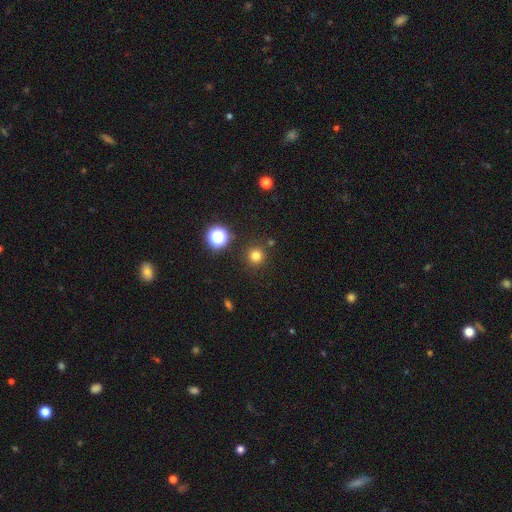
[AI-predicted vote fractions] smooth 77%, star or artifact 18%, featured or disk 5%. Down the decision tree: how rounded — round (95%); merging — none (88%).